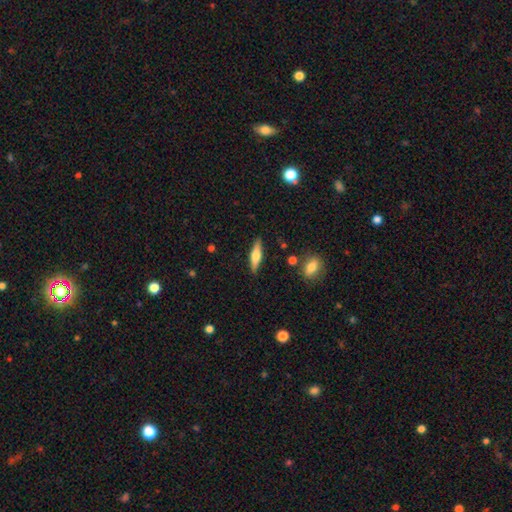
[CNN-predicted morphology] smooth-or-featured: featured or disk: 50% | smooth: 44% | star or artifact: 6%
  merging: none: 88% | minor disturbance: 8% | major disturbance: 2% | merger: 2%